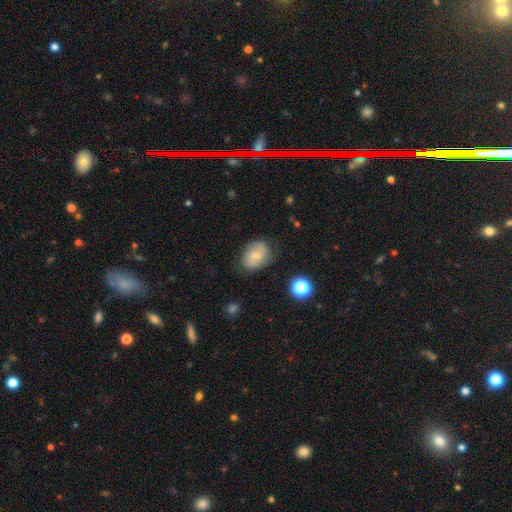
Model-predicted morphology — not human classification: This is possibly a smooth galaxy (54%). How rounded: likely in between (65%). Merging: likely none (74%).